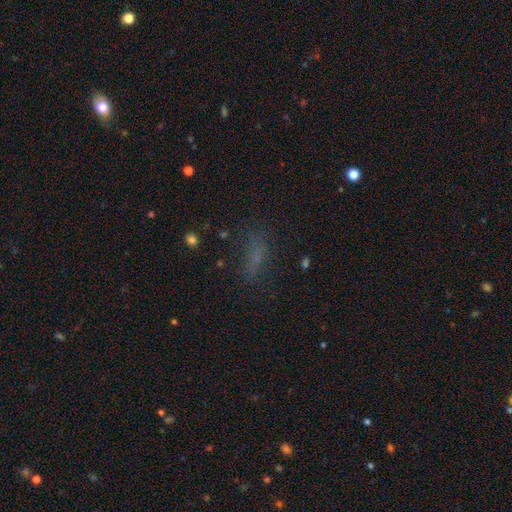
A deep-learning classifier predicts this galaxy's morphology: Smooth or featured? Predicted: smooth (p=0.60). How rounded? Predicted: in between (p=0.55). Merging? Predicted: none (p=0.69).